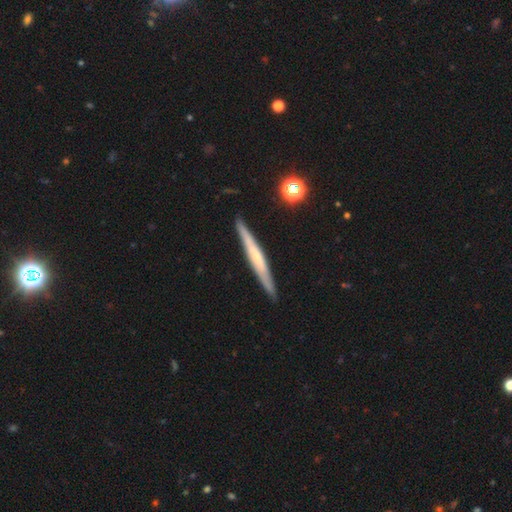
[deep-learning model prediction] smooth-or-featured: featured or disk: 58% | smooth: 36% | star or artifact: 6%
  disk-edge-on: yes: 95% | no: 5%
    edge-on-bulge: none: 57% | rounded: 33% | boxy: 10%
  merging: none: 89% | minor disturbance: 8% | major disturbance: 1% | merger: 1%